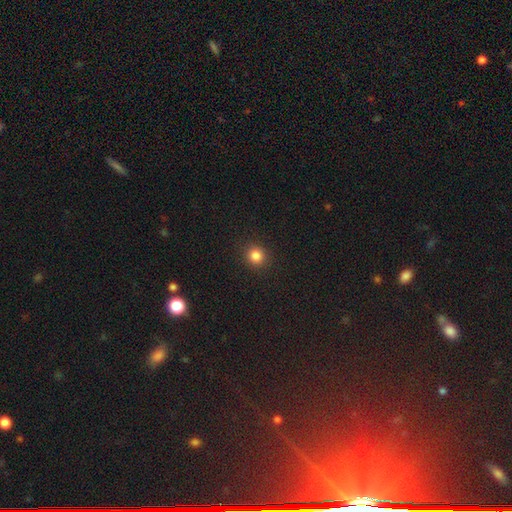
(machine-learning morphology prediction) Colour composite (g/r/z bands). It shows a smooth galaxy with no disk features (84%) that is round (90%). Merging: none (91%).